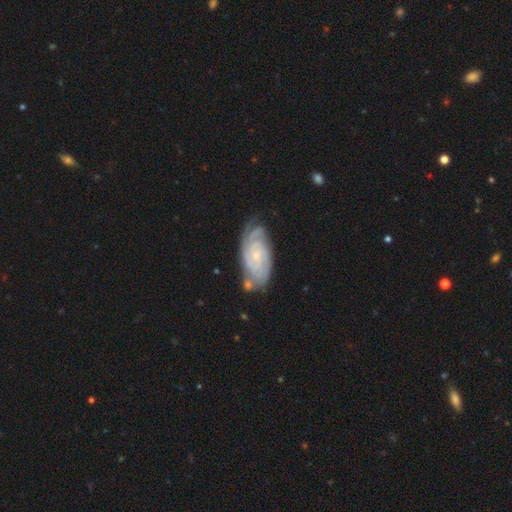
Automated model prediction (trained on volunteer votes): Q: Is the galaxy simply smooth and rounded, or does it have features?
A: featured or disk — 82%.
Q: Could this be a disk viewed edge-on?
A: no — 95%.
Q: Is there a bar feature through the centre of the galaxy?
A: no — 69%.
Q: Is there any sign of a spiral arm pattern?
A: yes — 96%.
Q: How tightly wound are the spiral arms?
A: tight — 72%.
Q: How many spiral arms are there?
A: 2 — 39%.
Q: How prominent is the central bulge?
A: small — 72%.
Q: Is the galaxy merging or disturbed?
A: none — 68%.